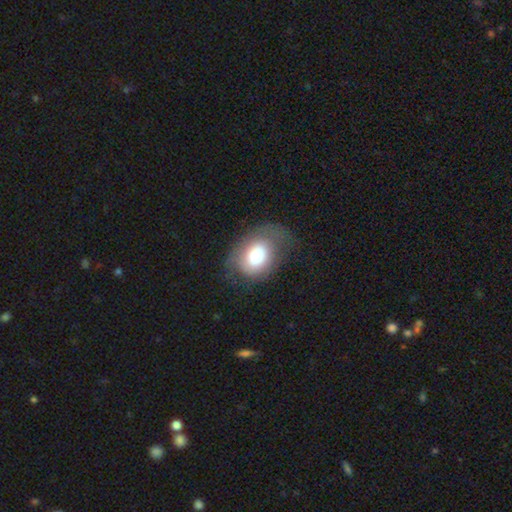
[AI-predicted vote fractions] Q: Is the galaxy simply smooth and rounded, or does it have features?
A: smooth — 68%.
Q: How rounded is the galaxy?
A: in between — 64%.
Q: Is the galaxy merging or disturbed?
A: none — 52%.